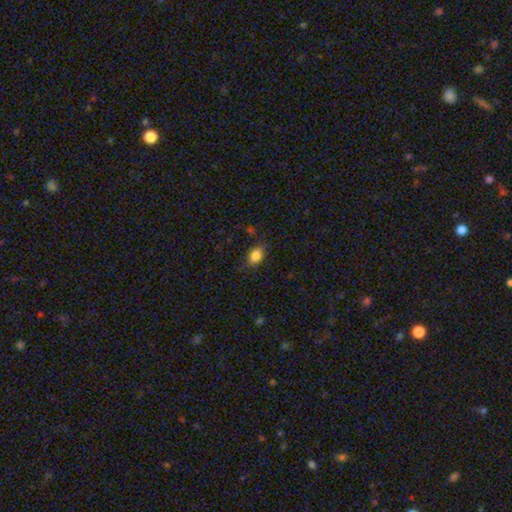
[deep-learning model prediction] smooth_or_featured: smooth (p=0.85) [alt: star or artifact p=0.10]
how_rounded: in between (p=0.70) [alt: round p=0.28]
merging: none (p=0.79) [alt: minor disturbance p=0.16]